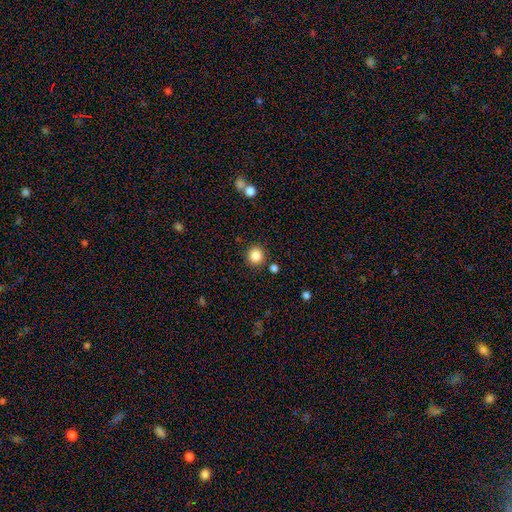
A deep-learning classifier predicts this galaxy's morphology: A smooth galaxy with no disk features (86%) that is round (94%). Merging: none (88%).